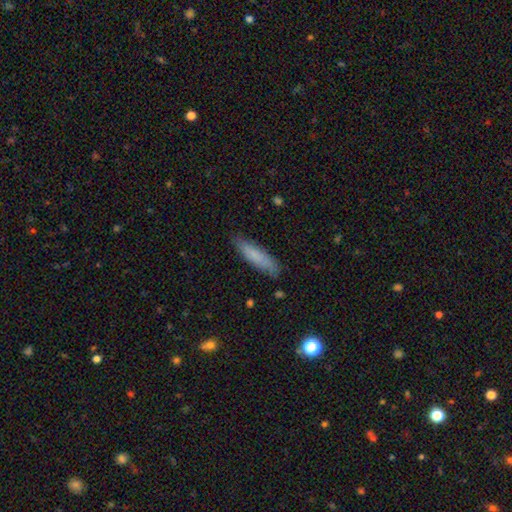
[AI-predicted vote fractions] Smooth or featured?
  - smooth: 78% *
  - featured or disk: 16%
  - star or artifact: 6%
How rounded?
  - cigar-shaped: 78% *
  - in between: 21%
  - round: 1%
Merging?
  - none: 82% *
  - minor disturbance: 14%
  - major disturbance: 2%
  - merger: 1%